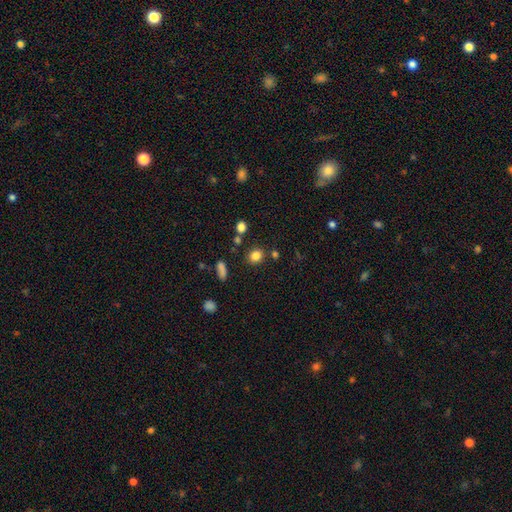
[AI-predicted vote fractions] Smooth or featured? Predicted: smooth (p=0.82). How rounded? Predicted: round (p=0.72). Merging? Predicted: none (p=0.81).